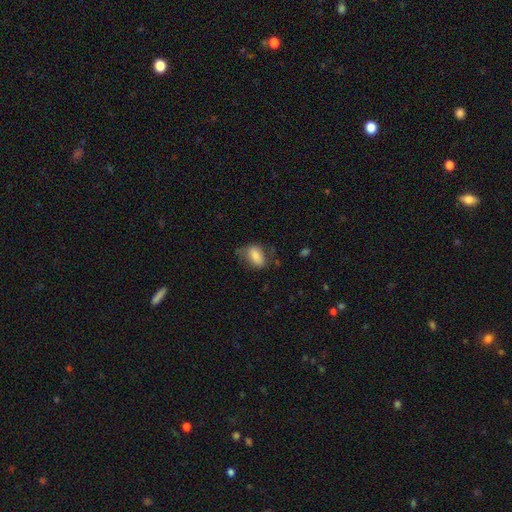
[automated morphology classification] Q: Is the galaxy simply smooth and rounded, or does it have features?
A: smooth — 77%.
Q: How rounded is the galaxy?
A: in between — 88%.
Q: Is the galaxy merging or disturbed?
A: none — 48%.